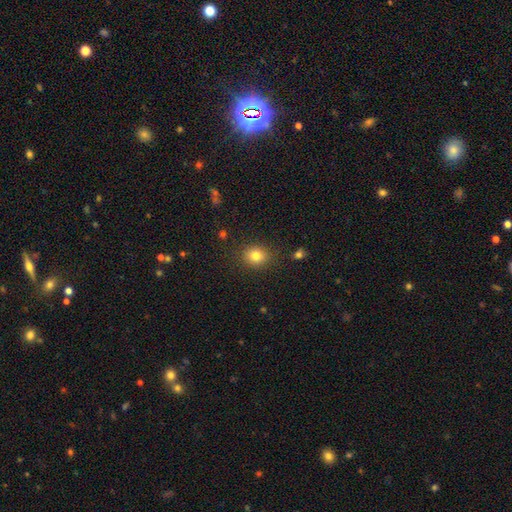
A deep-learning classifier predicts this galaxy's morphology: Smooth or featured: smooth — 81% (star or artifact — 12%)
How rounded: round — 72% (in between — 27%)
Merging: none — 87% (minor disturbance — 9%)